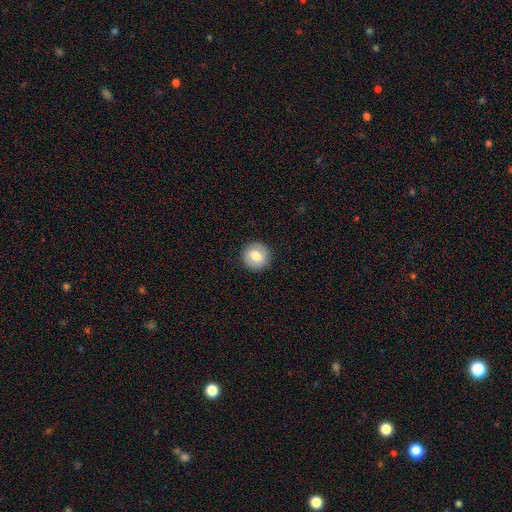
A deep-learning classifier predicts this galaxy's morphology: The model was most divided on "smooth or featured": smooth: 70%, featured or disk: 22%, star or artifact: 8%. More confident: how rounded — round (92%); merging — none (90%).